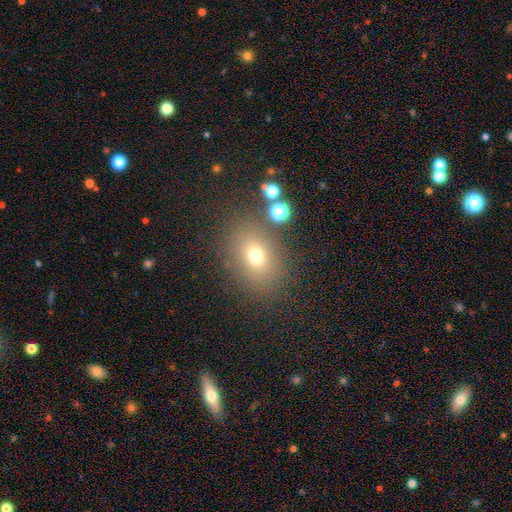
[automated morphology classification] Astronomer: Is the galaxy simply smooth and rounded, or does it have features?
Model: smooth — 70%.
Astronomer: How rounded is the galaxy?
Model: in between — 66%.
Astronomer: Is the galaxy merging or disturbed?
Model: none — 80%.